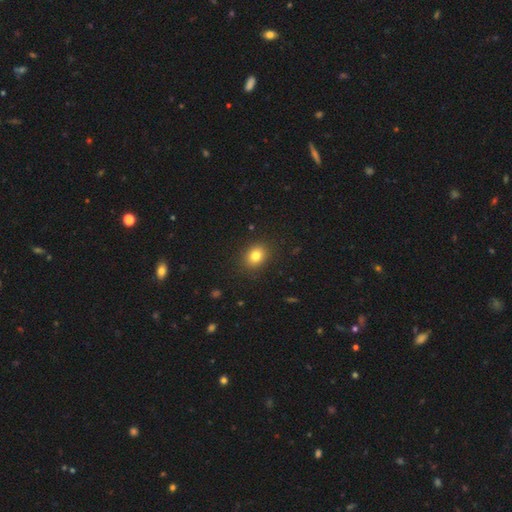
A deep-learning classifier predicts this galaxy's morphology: Smooth or featured: smooth — 81% (star or artifact — 11%)
How rounded: in between — 50% (round — 49%)
Merging: none — 88% (minor disturbance — 8%)